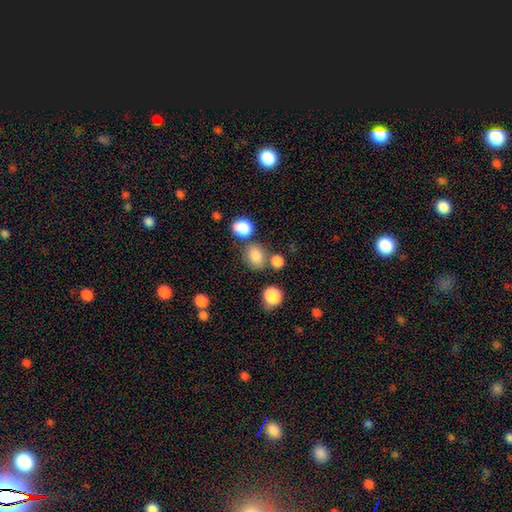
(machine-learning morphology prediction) smooth_or_featured: smooth (p=0.80) [alt: star or artifact p=0.13]
how_rounded: round (p=0.56) [alt: in between p=0.43]
merging: none (p=0.64) [alt: merger p=0.17]